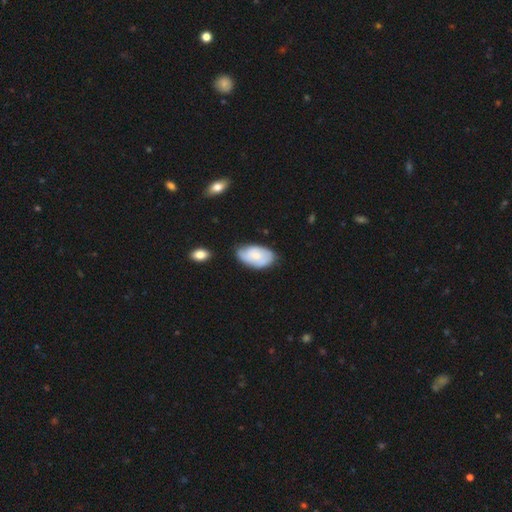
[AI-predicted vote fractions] Q: Smooth or featured?
A: smooth (58%); runner-up: featured or disk (36%)
Q: How rounded?
A: in between (93%); runner-up: round (5%)
Q: Merging?
A: none (65%); runner-up: minor disturbance (27%)